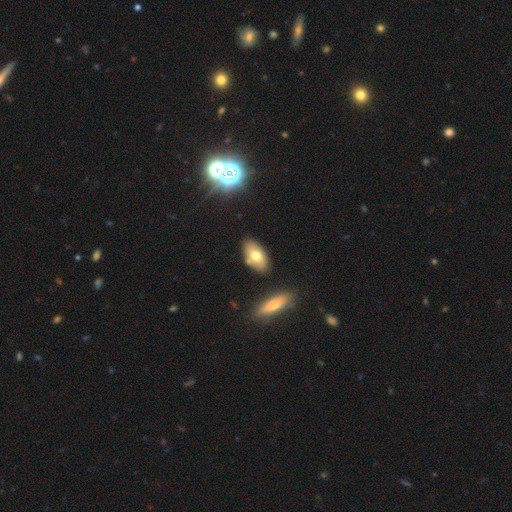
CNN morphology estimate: Smooth or featured? Predicted: smooth (p=0.68). How rounded? Predicted: in between (p=0.92). Merging? Predicted: none (p=0.76).